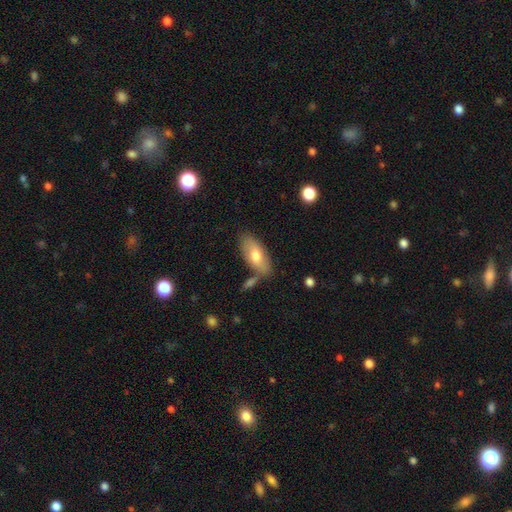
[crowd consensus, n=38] smooth 61%, featured or disk 39%, star or artifact 0%. Down the decision tree: how rounded — in between (83%); merging — none (74%).